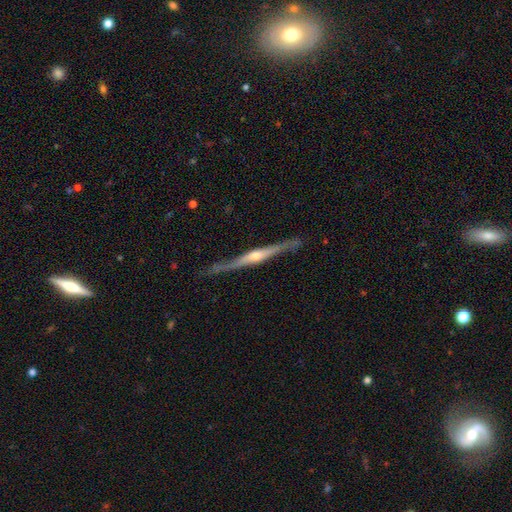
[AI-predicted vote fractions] This appears to be a featured or disk galaxy (81%) viewed edge-on (97%) with a rounded central bulge (83%). Merging: none (79%).